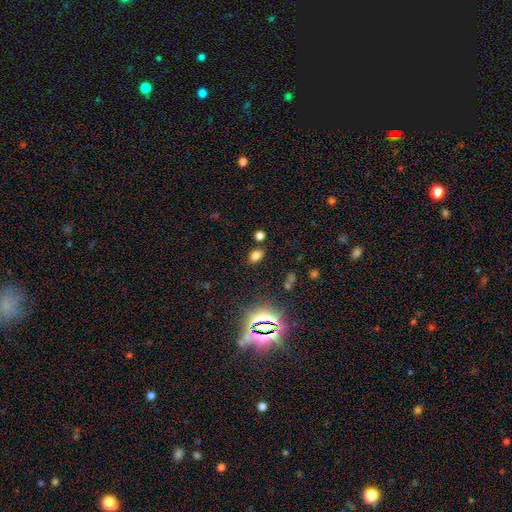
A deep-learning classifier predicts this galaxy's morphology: smooth-or-featured: smooth: 71% | star or artifact: 21% | featured or disk: 8%
  how-rounded: in between: 81% | round: 17% | cigar-shaped: 2%
  merging: none: 82% | minor disturbance: 10% | merger: 5% | major disturbance: 3%